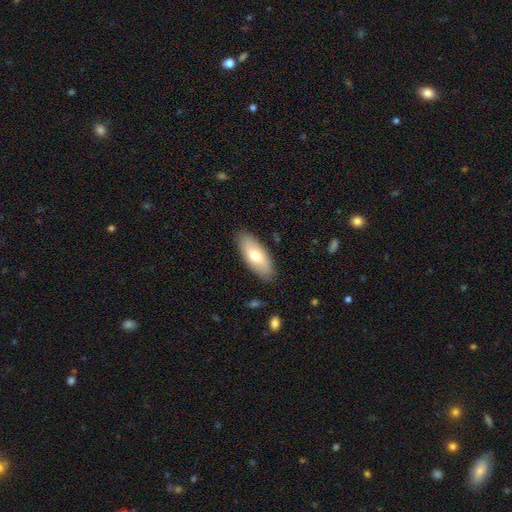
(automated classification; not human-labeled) A smooth galaxy with no disk features (66%) that is in between round and cigar-shaped (81%).

Vote fractions:
- Smooth or featured? smooth: 66% / featured or disk: 28% / star or artifact: 6%
- How rounded? in between: 81% / cigar-shaped: 17% / round: 2%
- Merging? none: 86% / minor disturbance: 10% / major disturbance: 2% / merger: 1%